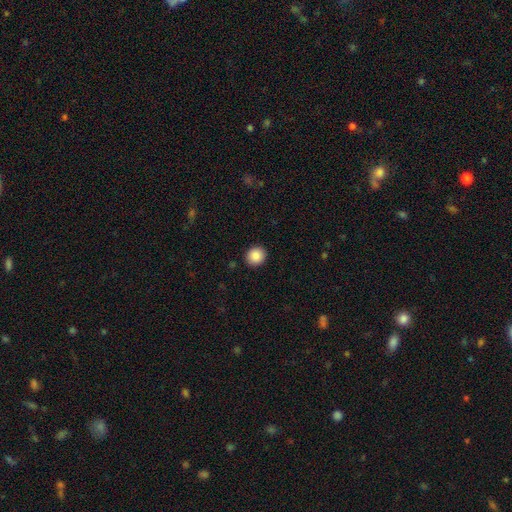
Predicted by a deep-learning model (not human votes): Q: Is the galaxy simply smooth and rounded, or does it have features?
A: smooth — 87%.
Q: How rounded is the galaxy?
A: round — 85%.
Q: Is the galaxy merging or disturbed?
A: none — 91%.